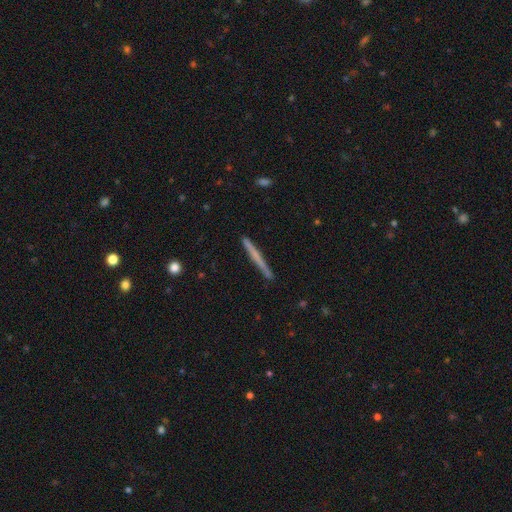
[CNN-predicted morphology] Smooth or featured?
  - smooth: 53% *
  - featured or disk: 42%
  - star or artifact: 6%
How rounded?
  - cigar-shaped: 97% *
  - in between: 2%
  - round: 1%
Merging?
  - none: 90% *
  - minor disturbance: 7%
  - major disturbance: 1%
  - merger: 1%